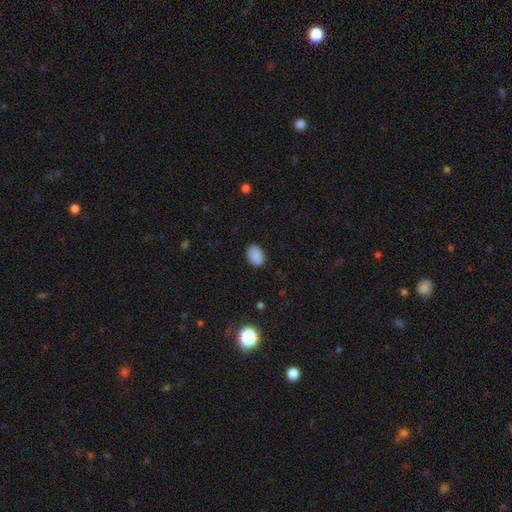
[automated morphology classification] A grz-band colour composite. It shows a smooth galaxy with no disk features (88%) that is in between round and cigar-shaped (79%). Merging: none (87%).